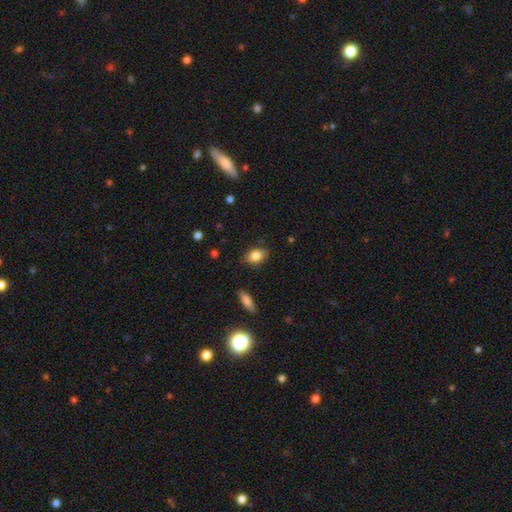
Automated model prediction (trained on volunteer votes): smooth-or-featured: smooth: 83% | featured or disk: 9% | star or artifact: 8%
  how-rounded: in between: 82% | round: 16% | cigar-shaped: 2%
  merging: none: 82% | minor disturbance: 14% | major disturbance: 3% | merger: 2%